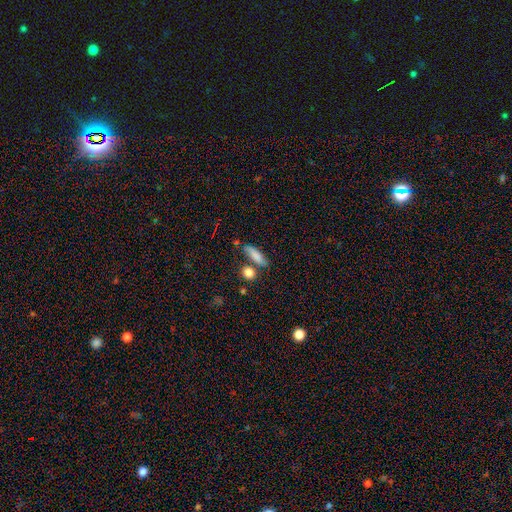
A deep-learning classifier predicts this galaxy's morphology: A smooth galaxy with no disk features (80%) that is cigar-shaped (48%). Merging: none (65%).